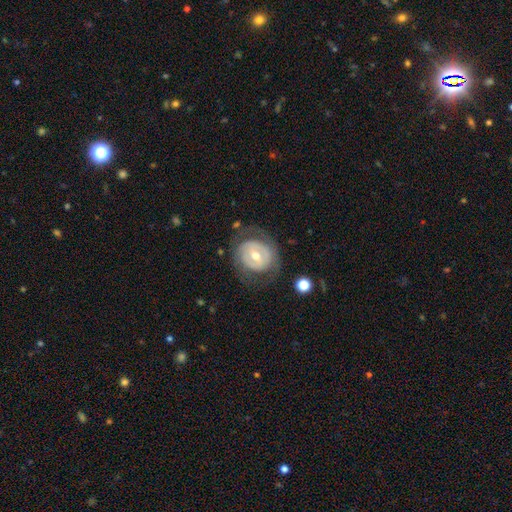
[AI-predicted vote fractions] A featured or disk galaxy (63%) with no bar (46%), no spiral arms (61%) and a moderate central bulge (65%).

Vote fractions:
- Smooth or featured? featured or disk: 63% / smooth: 31% / star or artifact: 6%
- Edge-on disk? no: 96% / yes: 4%
- Bar? no: 46% / weak: 36% / strong: 18%
- Spiral arms? no: 61% / yes: 39%
- Bulge size? moderate: 65% / small: 29% / large: 4% / none: 1% / dominant: 1%
- Merging? none: 68% / minor disturbance: 16% / major disturbance: 14% / merger: 2%